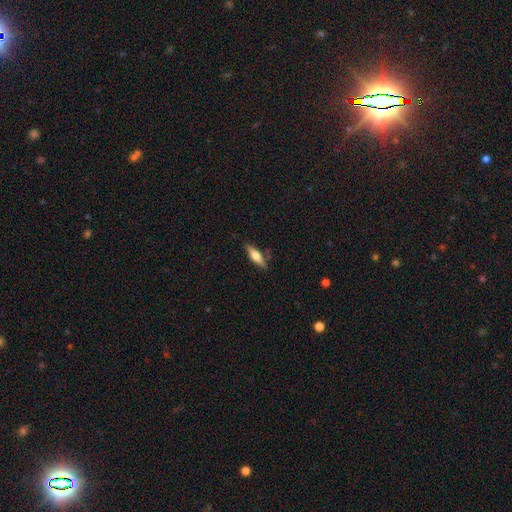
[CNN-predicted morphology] This is possibly a featured or disk galaxy (47%). Merging: likely none (79%).